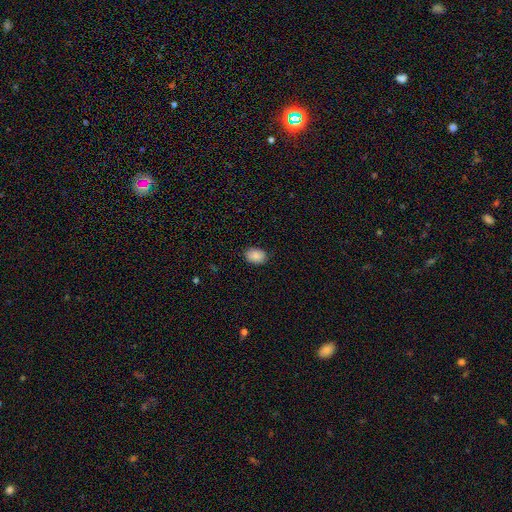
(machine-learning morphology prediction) The model was most divided on "how rounded": in between: 74%, round: 25%, cigar-shaped: 1%. More confident: smooth or featured — smooth (88%); merging — none (87%).